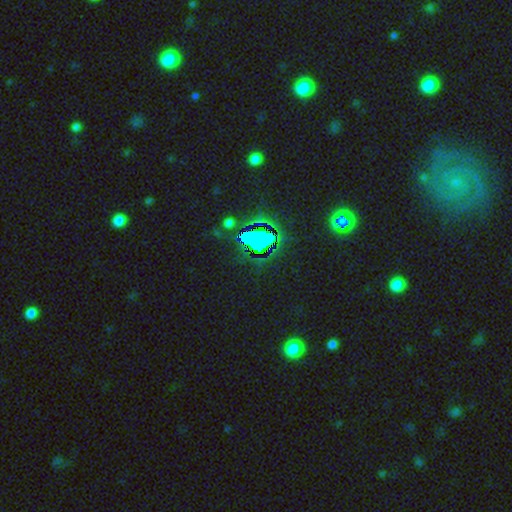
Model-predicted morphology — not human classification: smooth-or-featured: star or artifact: 81% | smooth: 10% | featured or disk: 9%